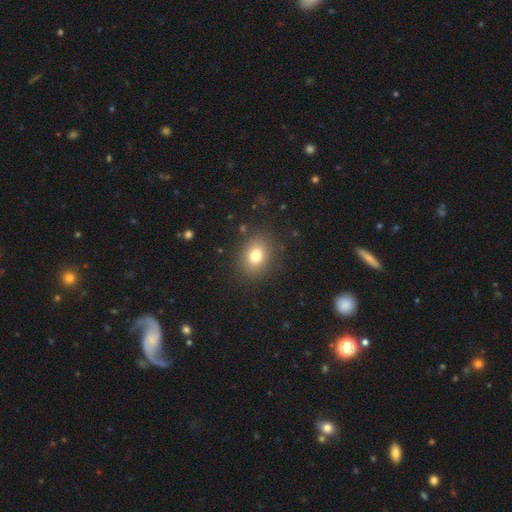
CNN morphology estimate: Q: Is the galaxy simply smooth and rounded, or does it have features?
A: smooth — 78%.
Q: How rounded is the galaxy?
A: round — 51%.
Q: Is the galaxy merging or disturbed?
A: none — 87%.